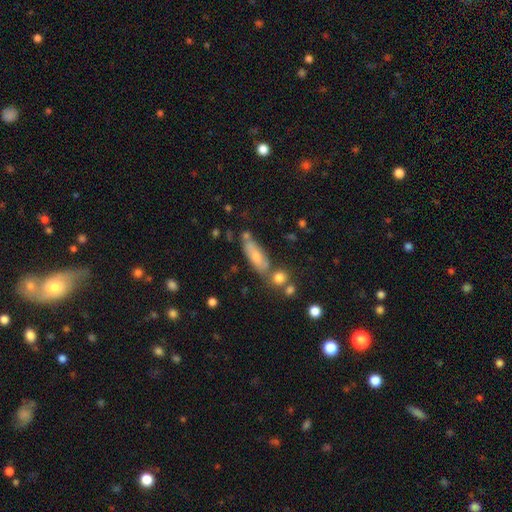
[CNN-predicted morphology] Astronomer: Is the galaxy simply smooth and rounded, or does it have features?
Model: smooth — 73%.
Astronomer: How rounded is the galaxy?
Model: in between — 60% (runner-up: cigar-shaped, 37%).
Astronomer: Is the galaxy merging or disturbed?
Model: none — 60%.